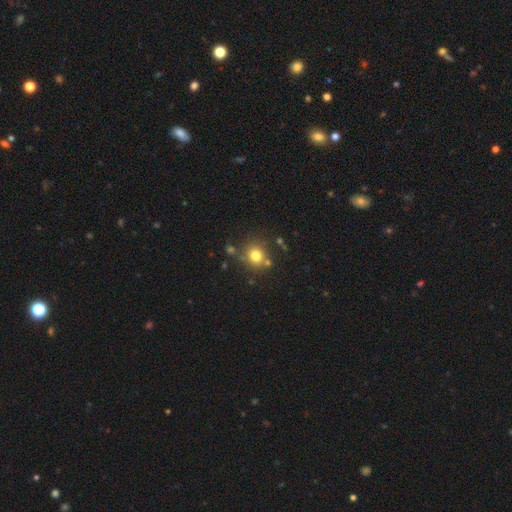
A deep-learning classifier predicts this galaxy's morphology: This appears to be a smooth galaxy with no disk features (77%) that is round (85%). Merging: none (76%).